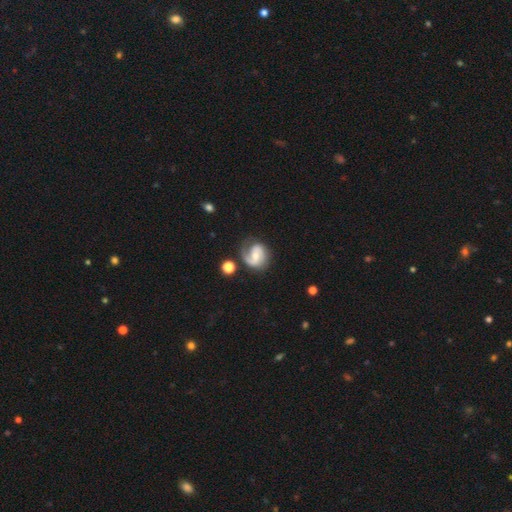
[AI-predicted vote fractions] Morphology: type=featured or disk (76%); edge-on=no (97%); bar=no (44%); spiral arms=yes (93%); winding=medium (44%); arm count=2 (55%); bulge=moderate (48%); merging=none (60%).